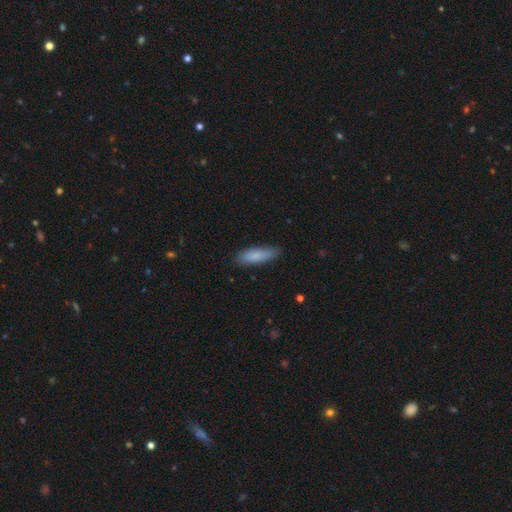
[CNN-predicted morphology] Smooth or featured?
  - smooth: 82% *
  - featured or disk: 12%
  - star or artifact: 6%
How rounded?
  - cigar-shaped: 62% *
  - in between: 36%
  - round: 2%
Merging?
  - none: 83% *
  - minor disturbance: 14%
  - major disturbance: 2%
  - merger: 1%